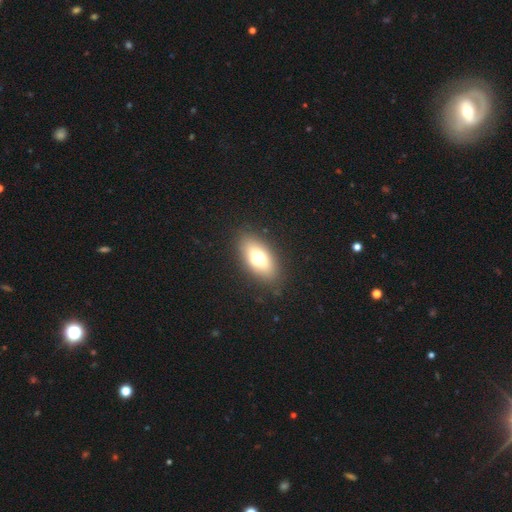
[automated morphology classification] A smooth galaxy with no disk features (69%) that is in between round and cigar-shaped (85%).

Vote fractions:
- Smooth or featured? smooth: 69% / featured or disk: 22% / star or artifact: 9%
- How rounded? in between: 85% / cigar-shaped: 10% / round: 6%
- Merging? none: 86% / minor disturbance: 10% / major disturbance: 3% / merger: 1%